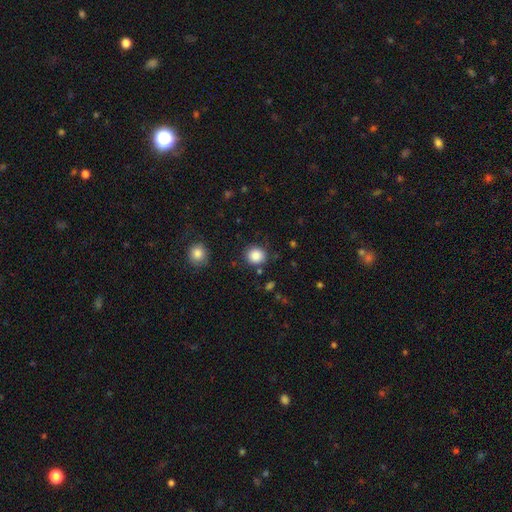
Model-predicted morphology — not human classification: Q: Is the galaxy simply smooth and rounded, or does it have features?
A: smooth — 87%.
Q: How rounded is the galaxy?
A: round — 88%.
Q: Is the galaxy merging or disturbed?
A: none — 87%.